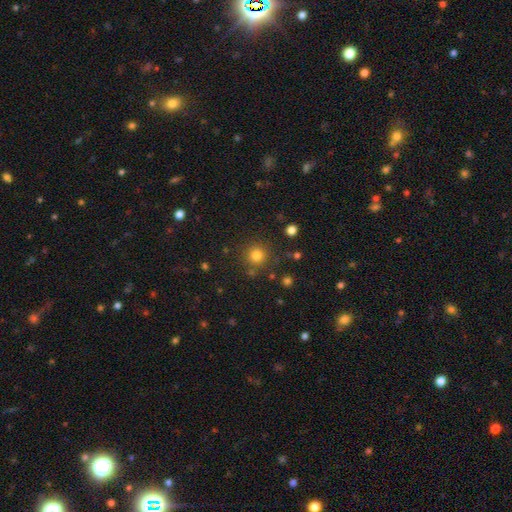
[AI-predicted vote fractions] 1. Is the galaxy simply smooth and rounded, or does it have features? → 79% smooth, 15% star or artifact, 6% featured or disk.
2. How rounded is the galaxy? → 94% round, 5% in between, 1% cigar-shaped.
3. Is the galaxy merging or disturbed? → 84% none, 8% minor disturbance, 5% merger, 3% major disturbance.